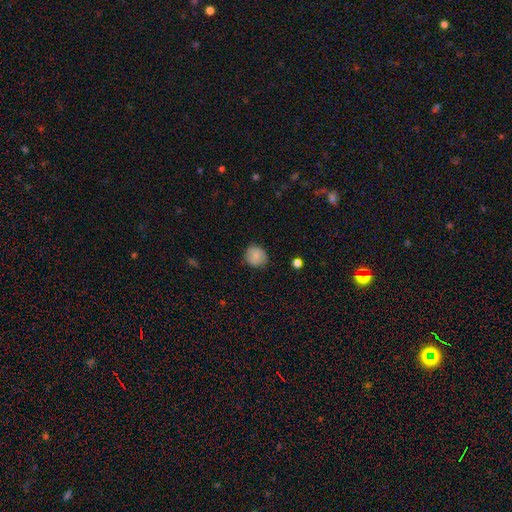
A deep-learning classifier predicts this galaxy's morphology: smooth_or_featured: smooth (p=0.82) [alt: featured or disk p=0.09]
how_rounded: round (p=0.84) [alt: in between p=0.15]
merging: none (p=0.78) [alt: minor disturbance p=0.17]